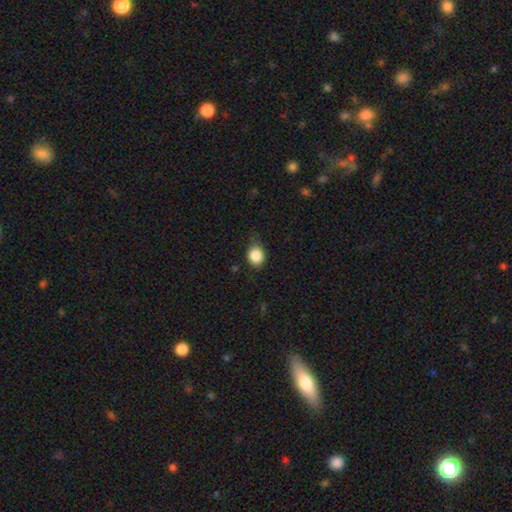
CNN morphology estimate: type=smooth (86%); roundness=round (73%); merging=none (66%).